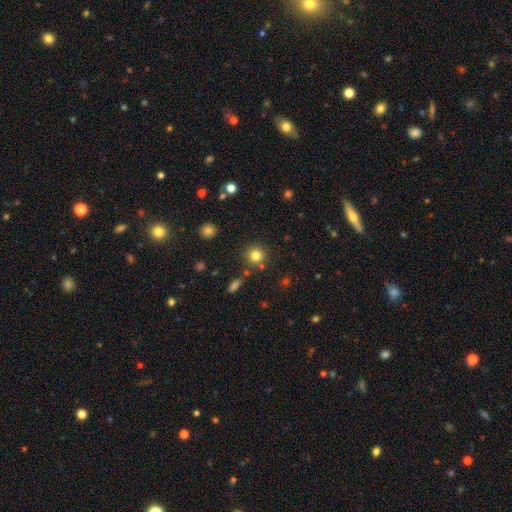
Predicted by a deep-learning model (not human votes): Smooth or featured? smooth (81%)
How rounded? round (92%)
Merging? none (80%)